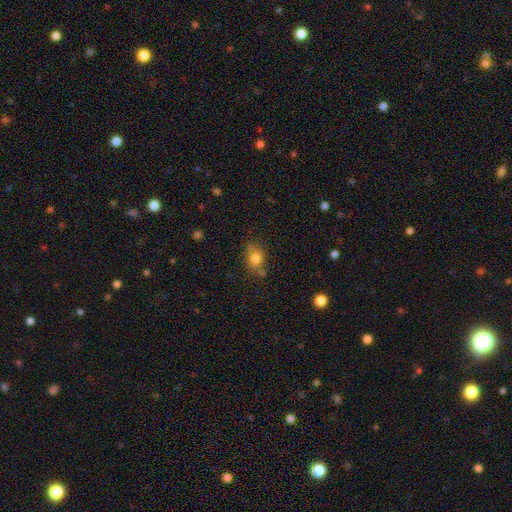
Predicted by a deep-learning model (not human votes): The model was most divided on "how rounded": round: 62%, in between: 37%, cigar-shaped: 1%. More confident: smooth or featured — smooth (76%); merging — none (70%).